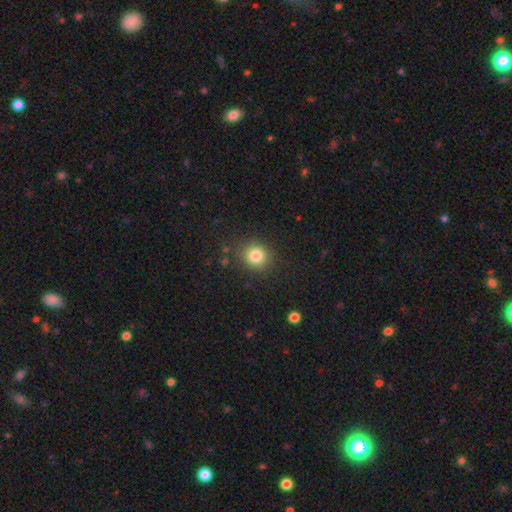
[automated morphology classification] type=smooth (83%); roundness=round (82%); merging=none (85%).